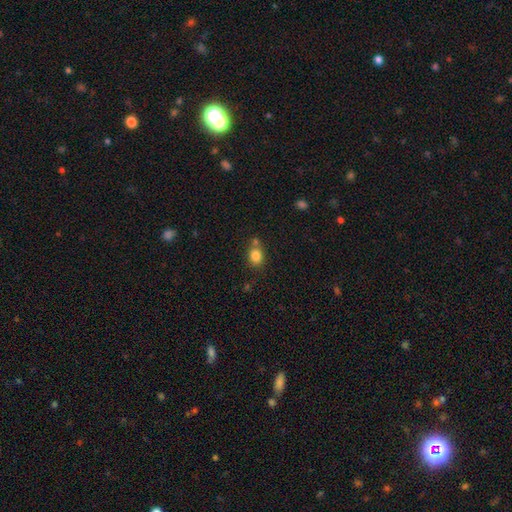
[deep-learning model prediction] Q: Smooth or featured?
A: smooth (82%); runner-up: star or artifact (11%)
Q: How rounded?
A: round (54%); runner-up: in between (45%)
Q: Merging?
A: none (59%); runner-up: merger (23%)